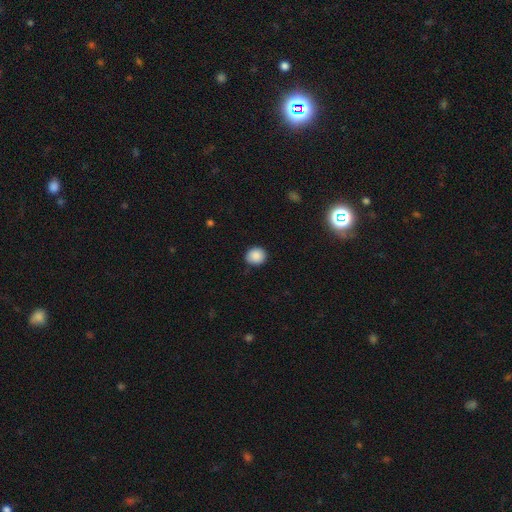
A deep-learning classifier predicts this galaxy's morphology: Smooth or featured? Predicted: smooth (p=0.88). How rounded? Predicted: round (p=0.81). Merging? Predicted: none (p=0.84).